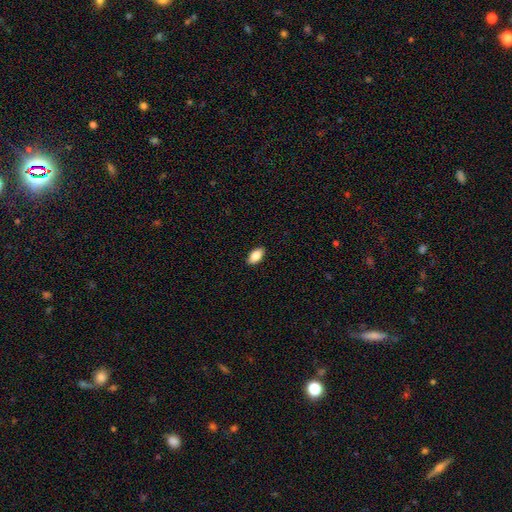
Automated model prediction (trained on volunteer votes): Overall: smooth (85%). How rounded: in between (92%). Merging: none (90%).